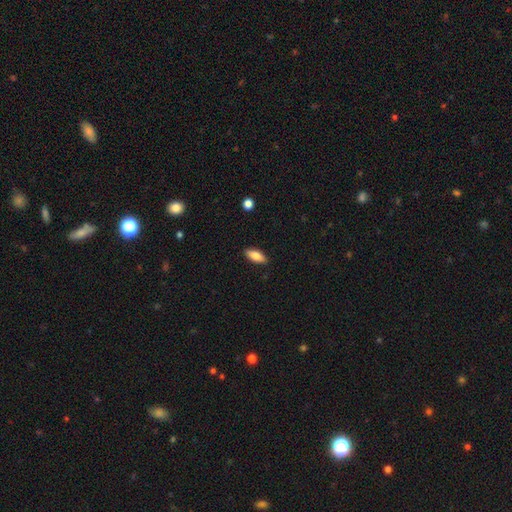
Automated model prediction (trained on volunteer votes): A smooth galaxy with no disk features (82%) that is in between round and cigar-shaped (82%). Merging: none (88%).